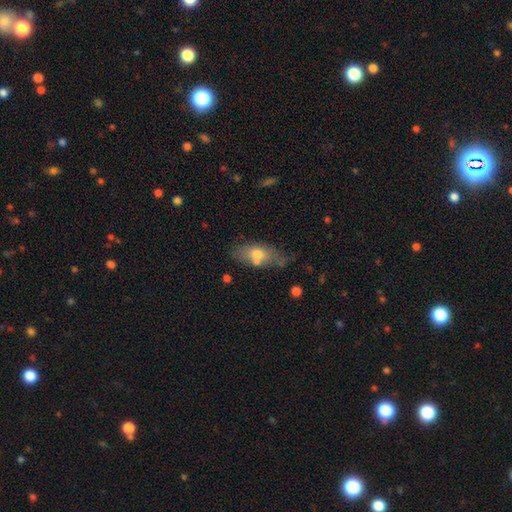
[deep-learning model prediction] Smooth or featured: smooth — 65% (featured or disk — 27%)
How rounded: in between — 83% (cigar-shaped — 12%)
Merging: none — 51% (minor disturbance — 24%)